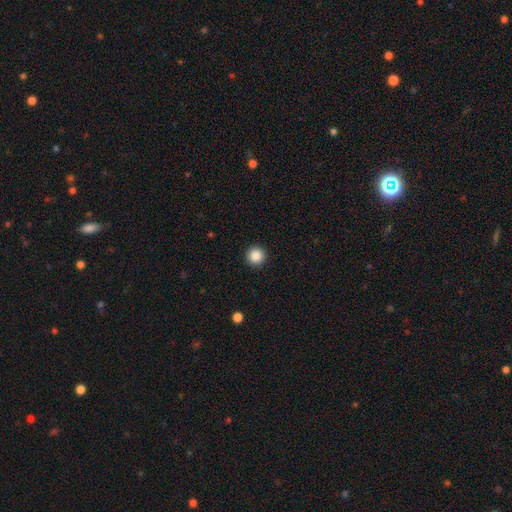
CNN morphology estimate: Smooth or featured?
  - smooth: 86% *
  - star or artifact: 10%
  - featured or disk: 4%
How rounded?
  - round: 96% *
  - in between: 3%
  - cigar-shaped: 1%
Merging?
  - none: 93% *
  - minor disturbance: 4%
  - major disturbance: 2%
  - merger: 1%